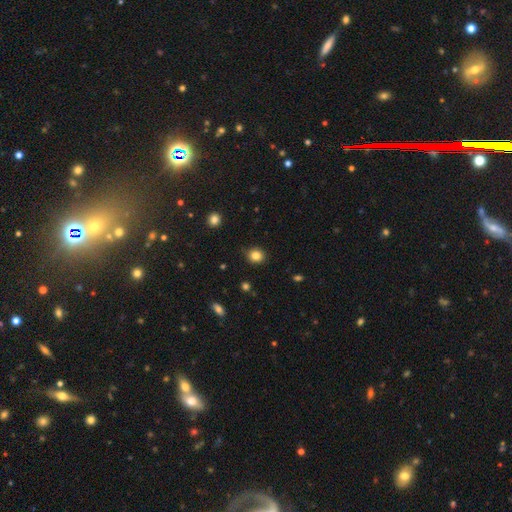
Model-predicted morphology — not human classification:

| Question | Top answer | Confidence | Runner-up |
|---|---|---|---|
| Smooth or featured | smooth | 84% | star or artifact (11%) |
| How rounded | round | 82% | in between (17%) |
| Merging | none | 87% | minor disturbance (9%) |